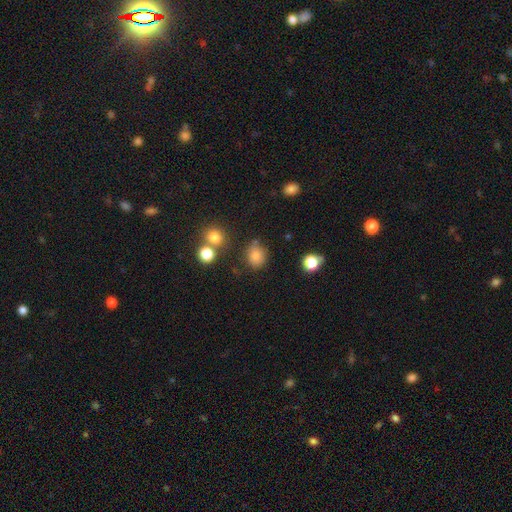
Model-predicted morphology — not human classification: smooth 80%, star or artifact 14%, featured or disk 7%. Down the decision tree: how rounded — round (65%); merging — none (71%).